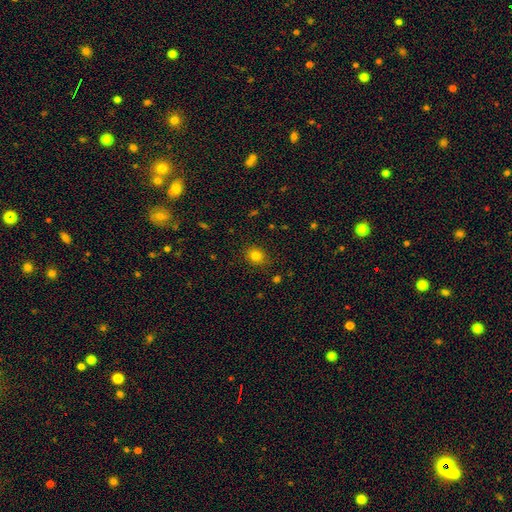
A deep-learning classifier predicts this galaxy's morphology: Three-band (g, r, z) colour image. It shows a smooth galaxy with no disk features (80%) that is round (68%). Merging: none (85%).